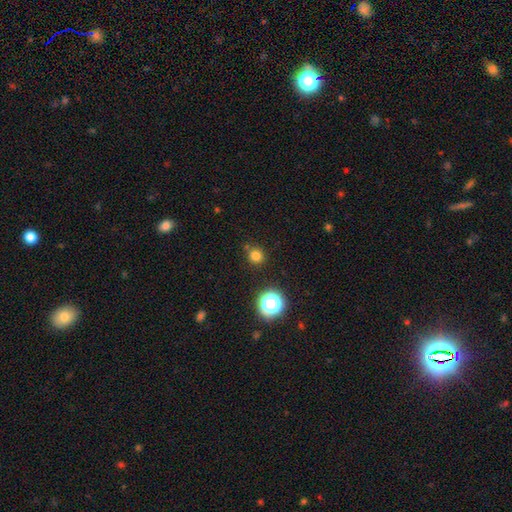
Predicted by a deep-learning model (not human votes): Morphology: type=smooth (77%); roundness=round (91%); merging=none (83%).